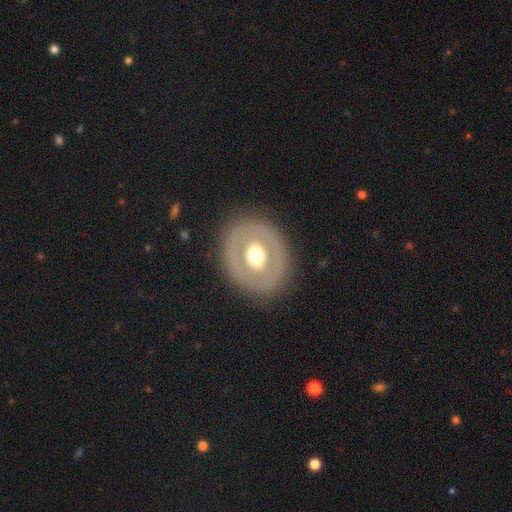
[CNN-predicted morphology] featured or disk 52%, smooth 42%, star or artifact 7%. Down the decision tree: edge-on disk — no (94%); merging — none (83%).